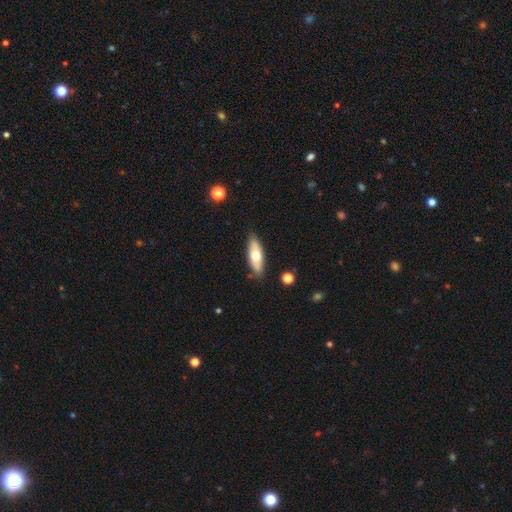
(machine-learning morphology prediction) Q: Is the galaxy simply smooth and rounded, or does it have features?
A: smooth — 58%.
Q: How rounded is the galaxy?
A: in between — 65%.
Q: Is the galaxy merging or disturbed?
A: none — 83%.